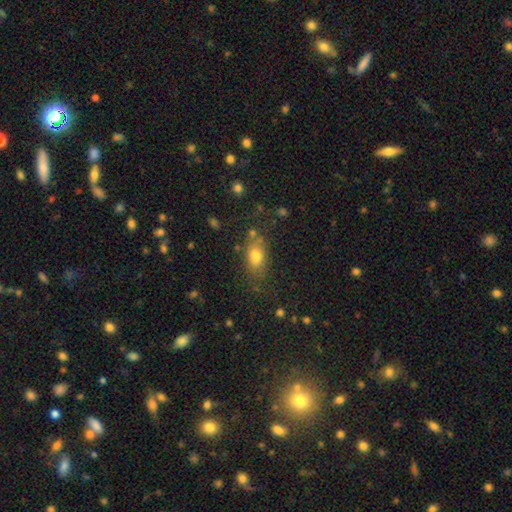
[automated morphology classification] Q: Smooth or featured?
A: smooth (75%); runner-up: featured or disk (14%)
Q: How rounded?
A: in between (80%); runner-up: round (13%)
Q: Merging?
A: none (67%); runner-up: minor disturbance (19%)